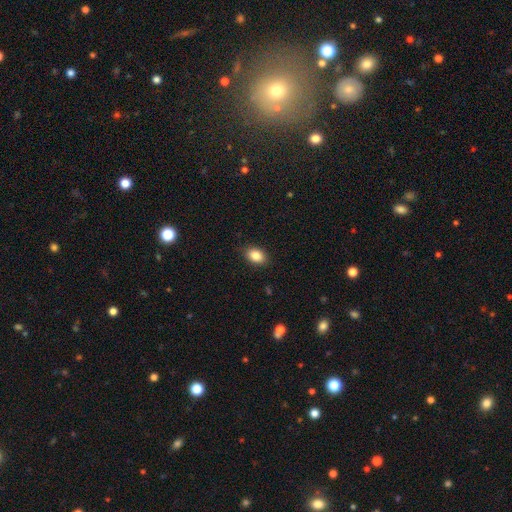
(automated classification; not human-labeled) Overall: smooth (86%). How rounded: in between (80%). Merging: none (87%).